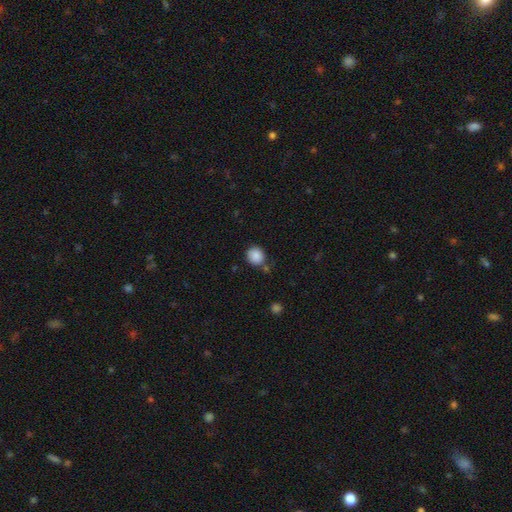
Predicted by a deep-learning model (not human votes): Smooth or featured? Predicted: smooth (p=0.87). How rounded? Predicted: round (p=0.84). Merging? Predicted: none (p=0.75).